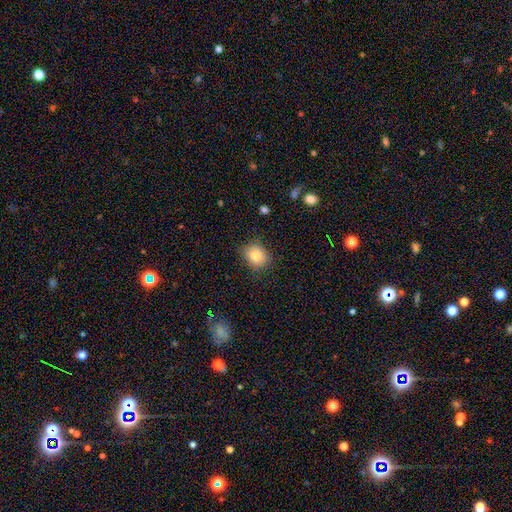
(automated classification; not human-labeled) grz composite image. It shows a smooth galaxy with no disk features (83%) that is round (54%). Merging: none (81%).